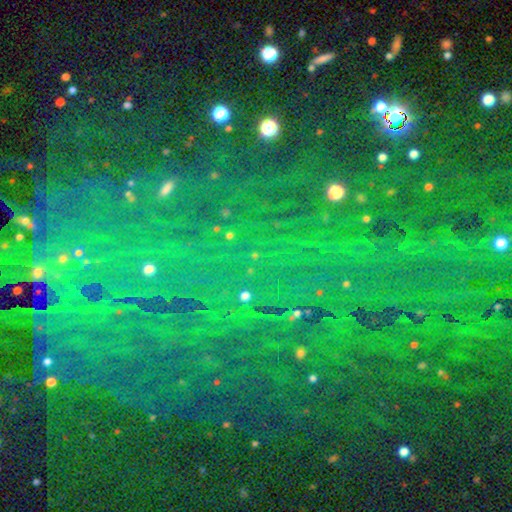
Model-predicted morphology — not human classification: Smooth or featured?
  - star or artifact: 81% *
  - smooth: 10%
  - featured or disk: 9%